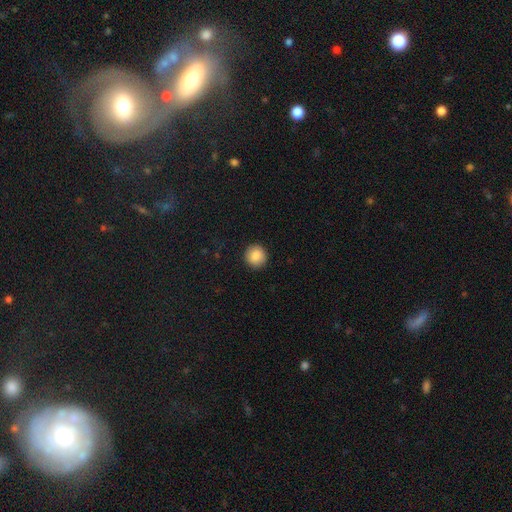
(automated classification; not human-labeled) The model was most divided on "smooth or featured": smooth: 87%, star or artifact: 8%, featured or disk: 5%. More confident: how rounded — round (93%); merging — none (92%).